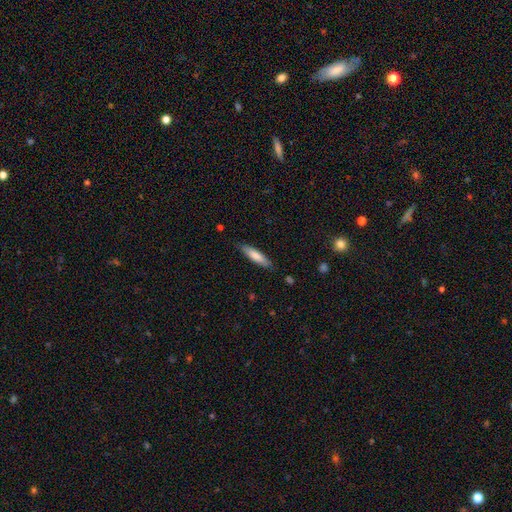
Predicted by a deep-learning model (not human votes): Smooth or featured? smooth (76%)
How rounded? cigar-shaped (76%)
Merging? none (85%)